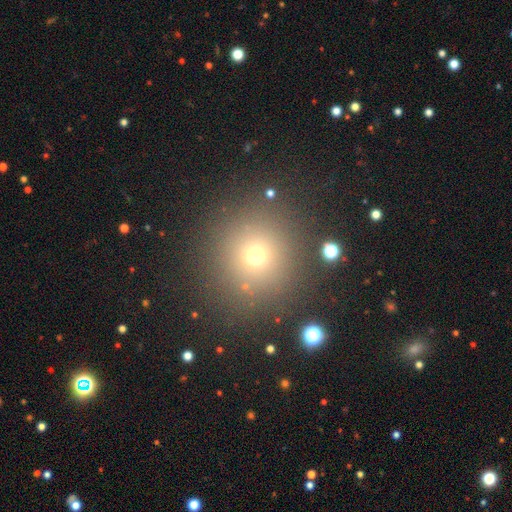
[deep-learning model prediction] Smooth or featured? smooth (64%)
How rounded? round (94%)
Merging? none (87%)